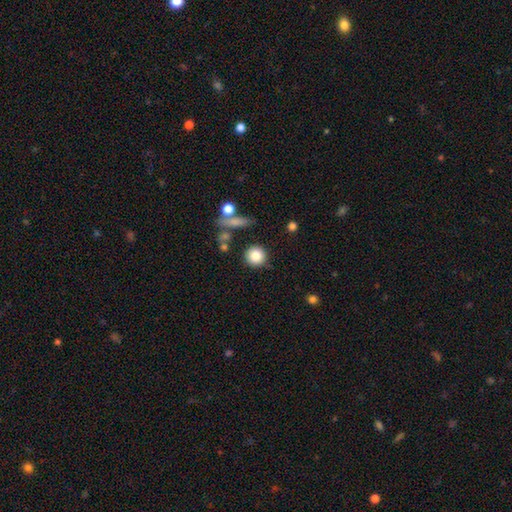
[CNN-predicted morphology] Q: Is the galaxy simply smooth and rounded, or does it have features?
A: smooth — 83%.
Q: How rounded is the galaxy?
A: round — 92%.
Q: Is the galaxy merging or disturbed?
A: none — 83%.